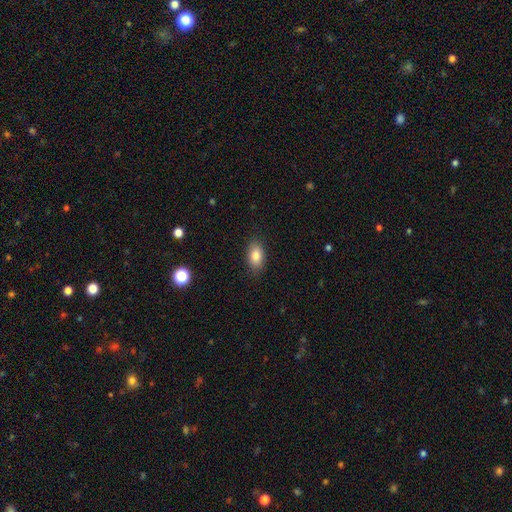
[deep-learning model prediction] smooth_or_featured: smooth (p=0.84) [alt: star or artifact p=0.08]
how_rounded: in between (p=0.89) [alt: round p=0.08]
merging: none (p=0.87) [alt: minor disturbance p=0.10]